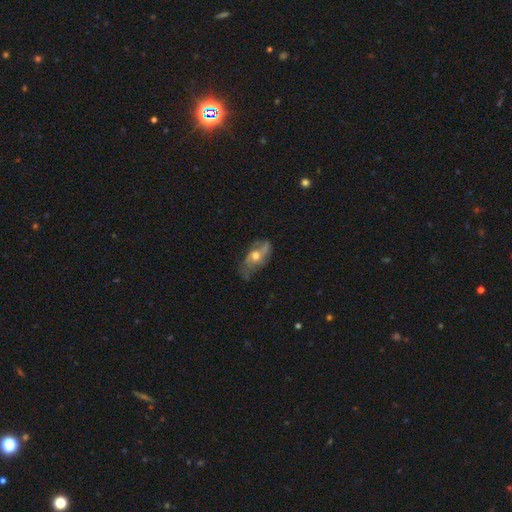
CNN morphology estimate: type=featured or disk (64%); edge-on=no (89%); bar=no (71%); spiral arms=yes (75%); bulge=moderate (70%); merging=none (54%).